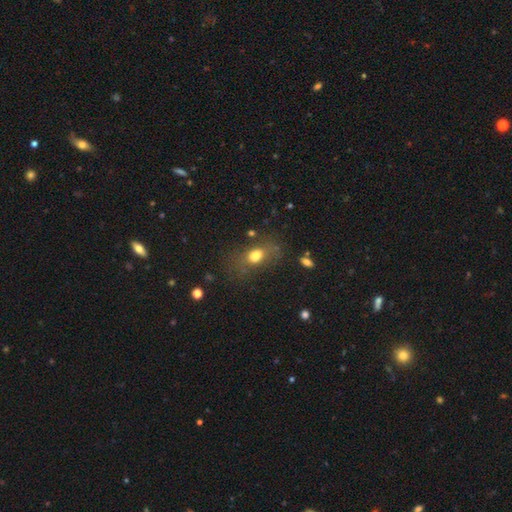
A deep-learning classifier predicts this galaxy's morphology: The model was most divided on "merging": none: 61%, minor disturbance: 20%, major disturbance: 14%, merger: 5%. More confident: how rounded — in between (75%); smooth or featured — smooth (73%).